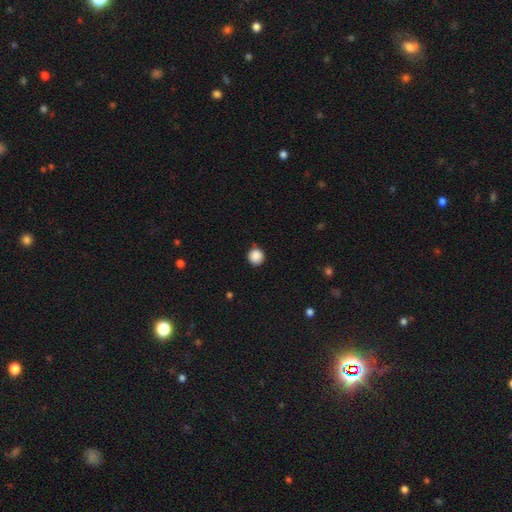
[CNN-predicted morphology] Smooth or featured?
  - smooth: 88% *
  - star or artifact: 9%
  - featured or disk: 3%
How rounded?
  - round: 93% *
  - in between: 6%
  - cigar-shaped: 1%
Merging?
  - none: 88% *
  - minor disturbance: 9%
  - major disturbance: 2%
  - merger: 1%